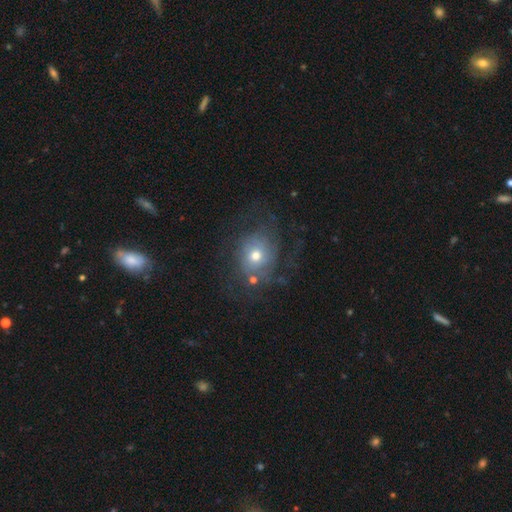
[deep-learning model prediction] Smooth or featured: featured or disk — 47% (smooth — 41%)
Merging: none — 60% (major disturbance — 19%)